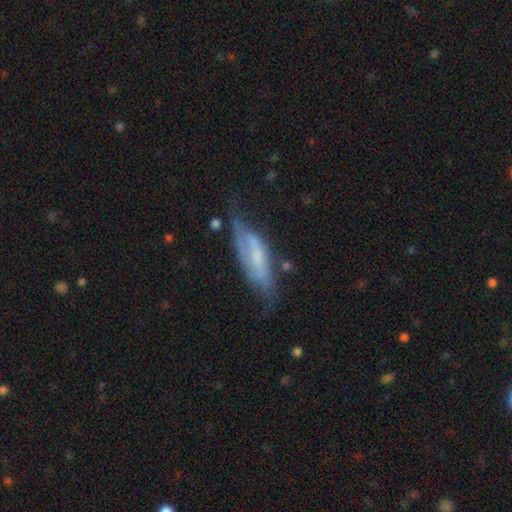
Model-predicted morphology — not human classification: Smooth or featured? featured or disk (58%)
Edge-on disk? no (67%)
Merging? none (42%)